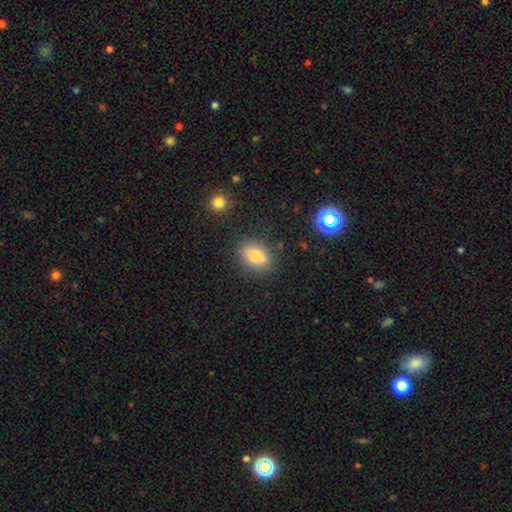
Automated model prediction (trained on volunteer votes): Smooth or featured: smooth — 81% (featured or disk — 10%)
How rounded: in between — 78% (round — 19%)
Merging: none — 80% (minor disturbance — 14%)